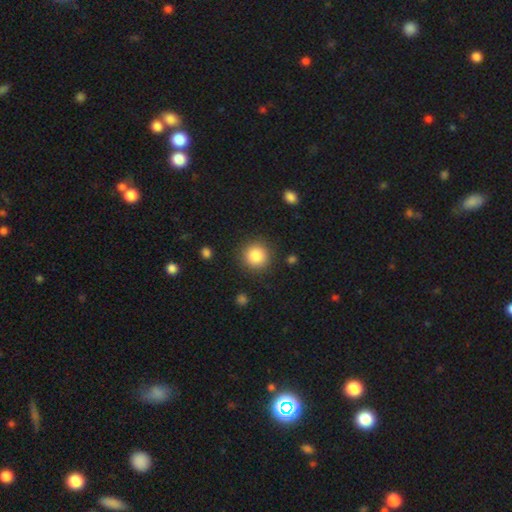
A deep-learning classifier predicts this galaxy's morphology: A smooth galaxy with no disk features (85%) that is round (94%).

Vote fractions:
- Smooth or featured? smooth: 85% / star or artifact: 9% / featured or disk: 6%
- How rounded? round: 94% / in between: 5% / cigar-shaped: 1%
- Merging? none: 89% / minor disturbance: 7% / major disturbance: 3% / merger: 1%